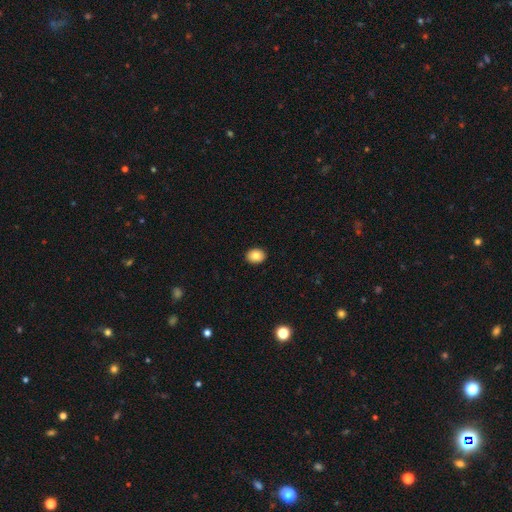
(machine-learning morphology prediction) type=smooth (83%); roundness=in between (55%); merging=none (92%).